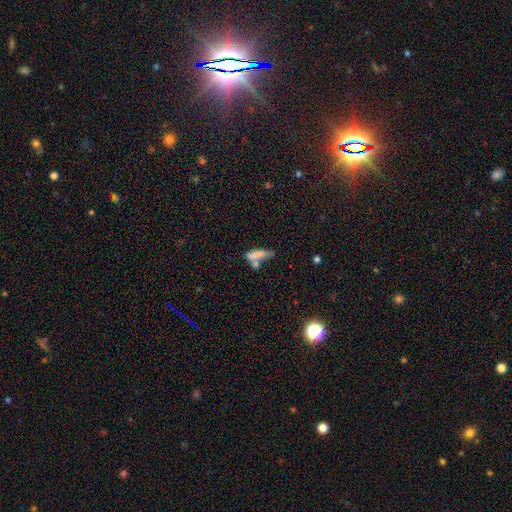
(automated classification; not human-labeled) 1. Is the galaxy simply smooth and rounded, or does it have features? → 73% smooth, 17% featured or disk, 10% star or artifact.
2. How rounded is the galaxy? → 65% cigar-shaped, 32% in between, 3% round.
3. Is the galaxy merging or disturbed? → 39% merger, 33% none, 16% minor disturbance, 11% major disturbance.